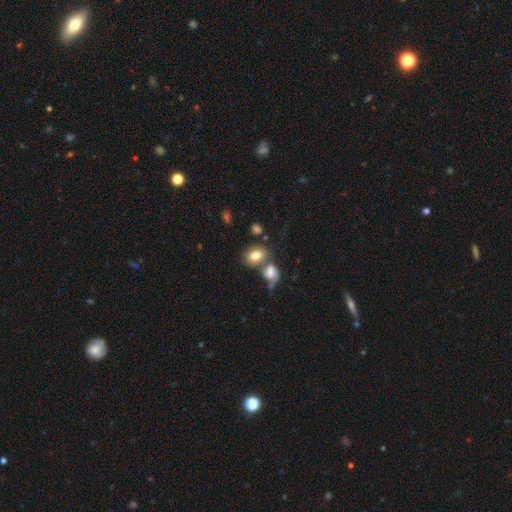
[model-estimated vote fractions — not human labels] This appears to be a smooth galaxy with no disk features (76%) that is in between round and cigar-shaped (68%). Merging: none (43%).